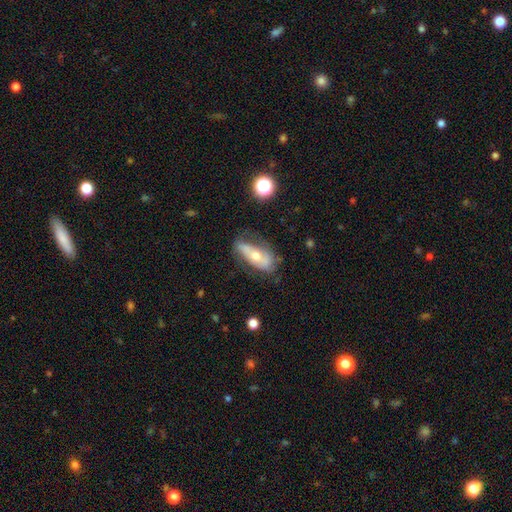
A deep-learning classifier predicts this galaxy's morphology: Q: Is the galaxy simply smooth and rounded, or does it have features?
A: featured or disk — 57%.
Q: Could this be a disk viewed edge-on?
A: no — 72%.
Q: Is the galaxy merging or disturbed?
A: none — 59%.